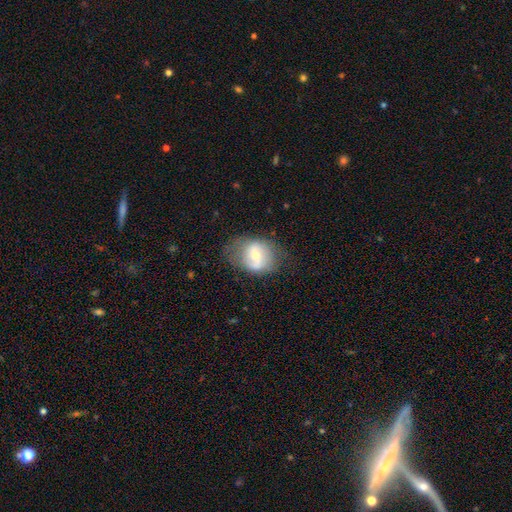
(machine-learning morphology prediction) Overall: featured or disk (49%; smooth 43%). Merging: none (60%; minor disturbance 24%).